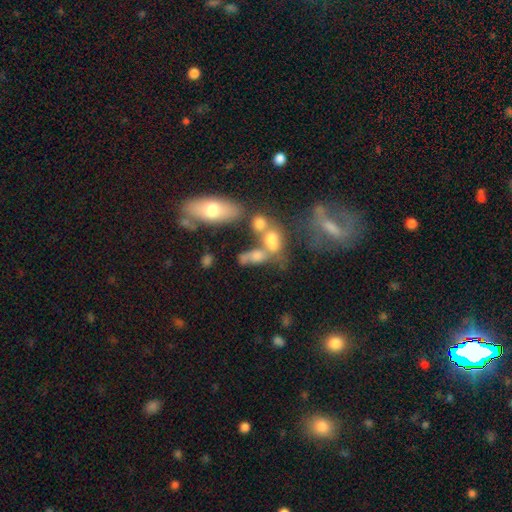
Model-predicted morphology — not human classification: Smooth or featured? Predicted: smooth (p=0.58). How rounded? Predicted: in between (p=0.74). Merging? Predicted: merger (p=0.49).